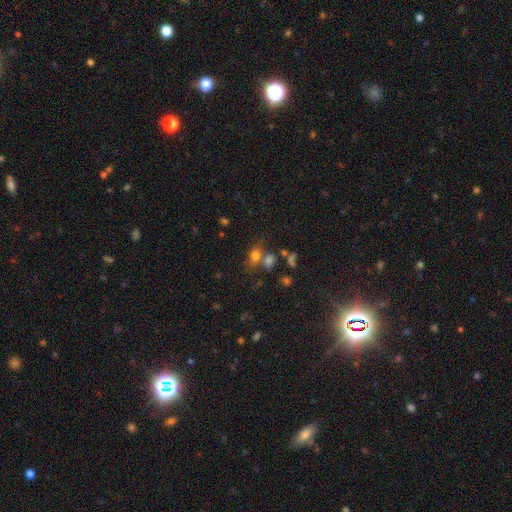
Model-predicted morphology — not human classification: type=smooth (71%); roundness=in between (59%); merging=none (46%).